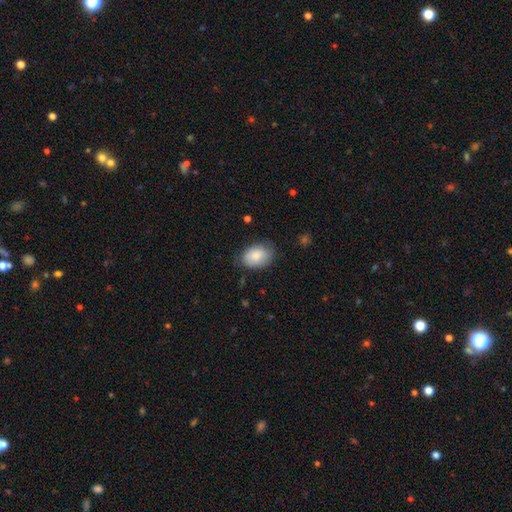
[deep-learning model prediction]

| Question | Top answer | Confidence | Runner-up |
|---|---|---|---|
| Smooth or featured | smooth | 85% | featured or disk (9%) |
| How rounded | in between | 83% | round (16%) |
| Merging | none | 73% | minor disturbance (22%) |